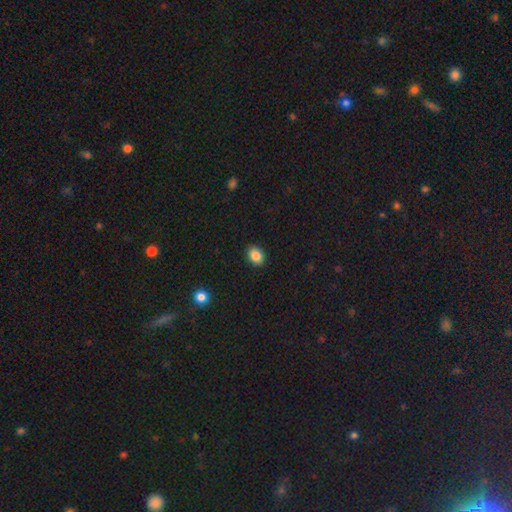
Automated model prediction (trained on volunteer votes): Smooth or featured?
  - smooth: 86% *
  - star or artifact: 9%
  - featured or disk: 5%
How rounded?
  - in between: 66% *
  - round: 33%
  - cigar-shaped: 1%
Merging?
  - none: 90% *
  - minor disturbance: 7%
  - major disturbance: 2%
  - merger: 1%